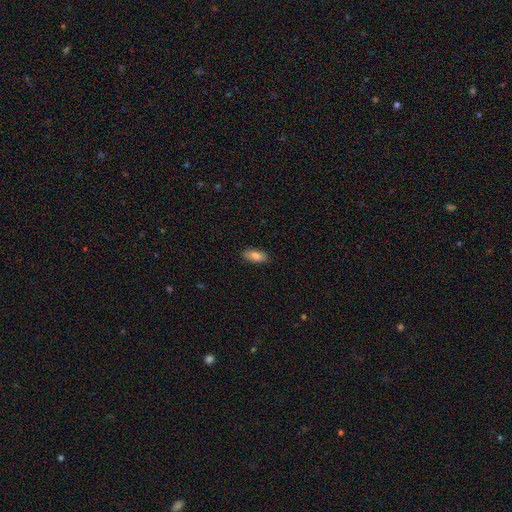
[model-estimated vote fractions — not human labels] Overall: smooth (84%). How rounded: in between (85%). Merging: none (83%).